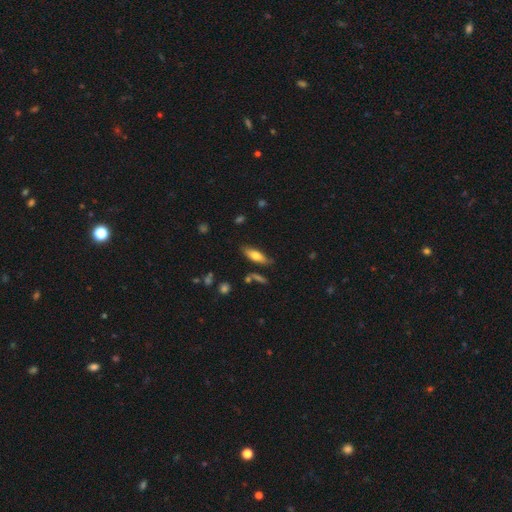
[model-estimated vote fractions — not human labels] Smooth or featured: smooth — 69% (featured or disk — 24%)
How rounded: in between — 56% (cigar-shaped — 42%)
Merging: none — 74% (minor disturbance — 17%)